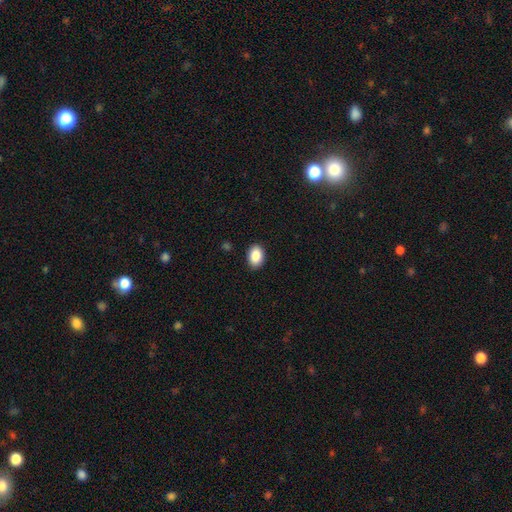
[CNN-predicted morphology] Smooth or featured: smooth — 88% (star or artifact — 7%)
How rounded: in between — 83% (round — 16%)
Merging: none — 90% (minor disturbance — 8%)